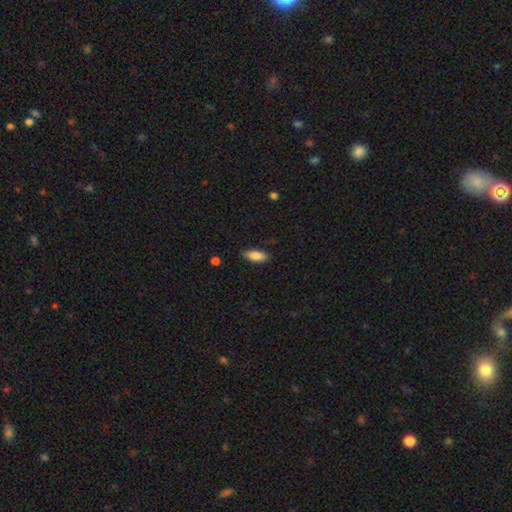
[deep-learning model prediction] This is clearly a smooth galaxy (86%). How rounded: clearly in between (82%). Merging: clearly none (85%).